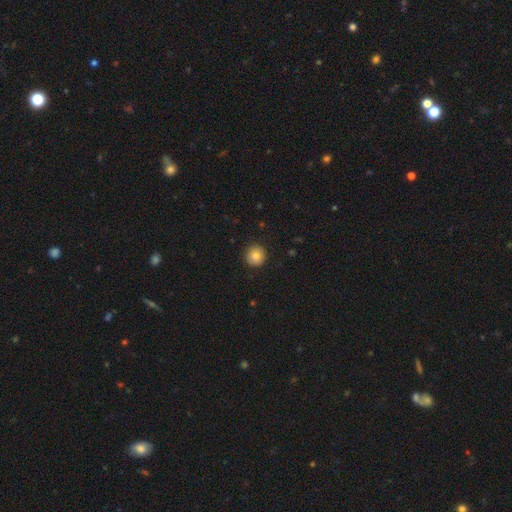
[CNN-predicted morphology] type=smooth (83%); roundness=round (95%); merging=none (92%).